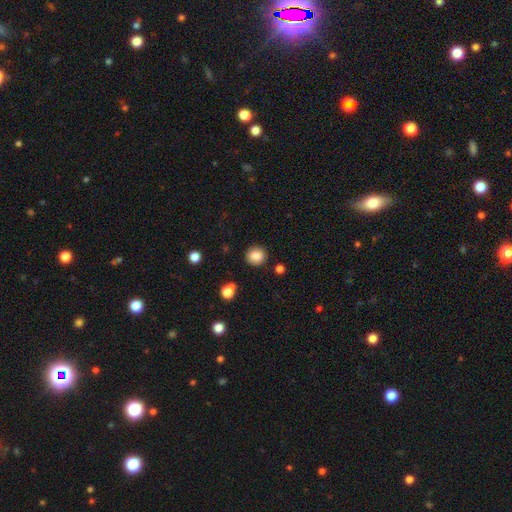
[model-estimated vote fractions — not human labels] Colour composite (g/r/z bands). It shows a smooth galaxy with no disk features (84%) that is round (90%). Merging: none (89%).